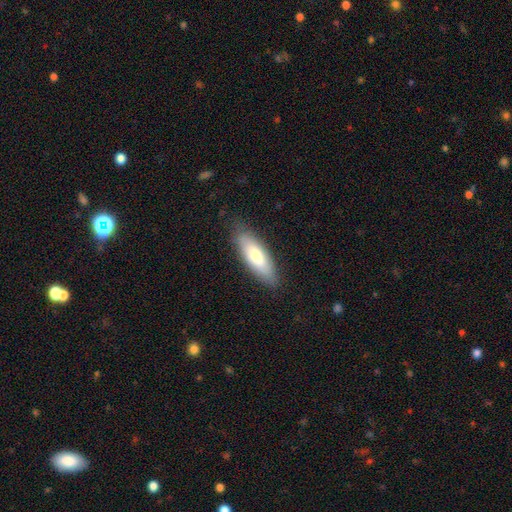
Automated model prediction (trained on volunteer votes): A smooth galaxy with no disk features (70%) that is in between round and cigar-shaped (60%).

Vote fractions:
- Smooth or featured? smooth: 70% / featured or disk: 24% / star or artifact: 6%
- How rounded? in between: 60% / cigar-shaped: 39% / round: 2%
- Merging? none: 83% / minor disturbance: 13% / major disturbance: 3% / merger: 1%